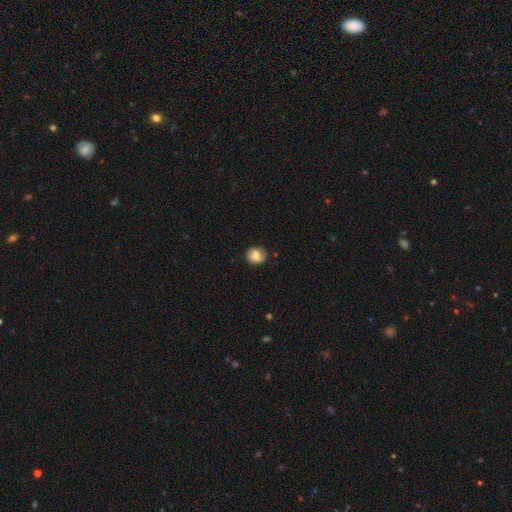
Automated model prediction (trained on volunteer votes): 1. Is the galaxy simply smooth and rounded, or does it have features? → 71% smooth, 19% featured or disk, 9% star or artifact.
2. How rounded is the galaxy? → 75% round, 24% in between, 1% cigar-shaped.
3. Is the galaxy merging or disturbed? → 75% none, 18% minor disturbance, 5% major disturbance, 2% merger.